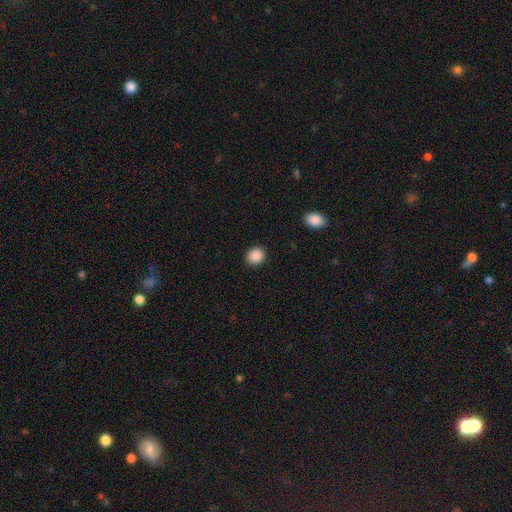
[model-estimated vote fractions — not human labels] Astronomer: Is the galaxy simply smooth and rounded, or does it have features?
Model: smooth — 89%.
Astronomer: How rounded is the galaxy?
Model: round — 66%.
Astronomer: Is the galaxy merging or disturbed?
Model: none — 90%.